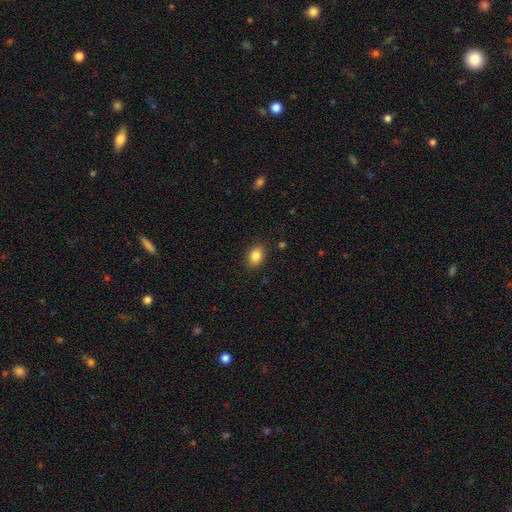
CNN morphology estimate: Smooth or featured? smooth (85%)
How rounded? in between (70%)
Merging? none (86%)